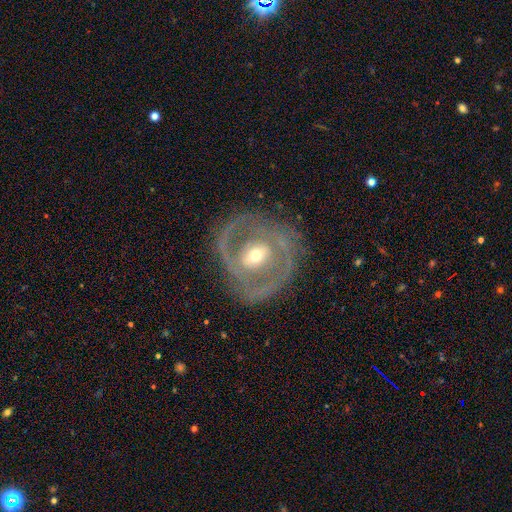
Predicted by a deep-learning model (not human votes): Smooth or featured? featured or disk (82%)
Edge-on disk? no (96%)
Bar? no (40%)
Spiral arms? yes (74%)
Spiral winding? tight (46%)
Spiral arm count? 2 (68%)
Bulge size? moderate (53%)
Merging? none (75%)